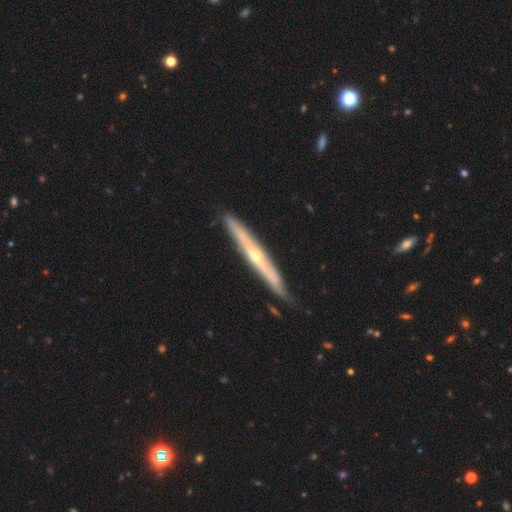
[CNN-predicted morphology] Q: Smooth or featured?
A: featured or disk (75%); runner-up: smooth (20%)
Q: Edge-on disk?
A: yes (93%); runner-up: no (7%)
Q: Edge-on bulge?
A: rounded (78%); runner-up: none (19%)
Q: Merging?
A: none (86%); runner-up: minor disturbance (11%)